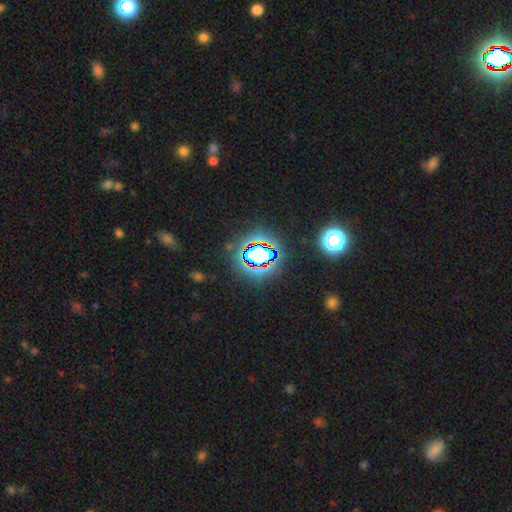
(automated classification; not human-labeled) Smooth or featured?
  - star or artifact: 78% *
  - smooth: 14%
  - featured or disk: 8%